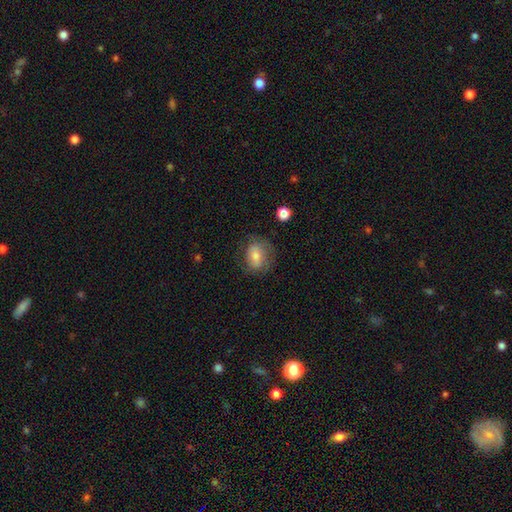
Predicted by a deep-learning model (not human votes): smooth_or_featured: smooth (p=0.66) [alt: featured or disk p=0.25]
how_rounded: in between (p=0.57) [alt: round p=0.42]
merging: none (p=0.67) [alt: minor disturbance p=0.21]